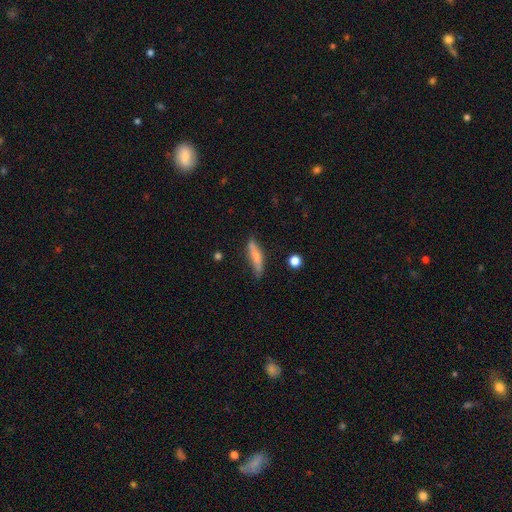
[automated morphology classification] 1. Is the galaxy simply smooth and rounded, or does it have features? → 65% smooth, 28% featured or disk, 7% star or artifact.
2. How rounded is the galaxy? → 78% cigar-shaped, 20% in between, 2% round.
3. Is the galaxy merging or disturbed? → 70% none, 22% minor disturbance, 5% major disturbance, 3% merger.